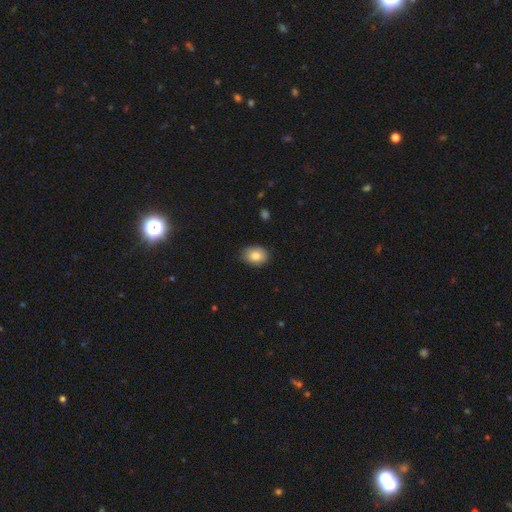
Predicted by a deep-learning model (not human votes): Smooth or featured?
  - smooth: 84% *
  - star or artifact: 8%
  - featured or disk: 8%
How rounded?
  - in between: 72% *
  - round: 27%
  - cigar-shaped: 1%
Merging?
  - none: 81% *
  - minor disturbance: 16%
  - major disturbance: 2%
  - merger: 1%